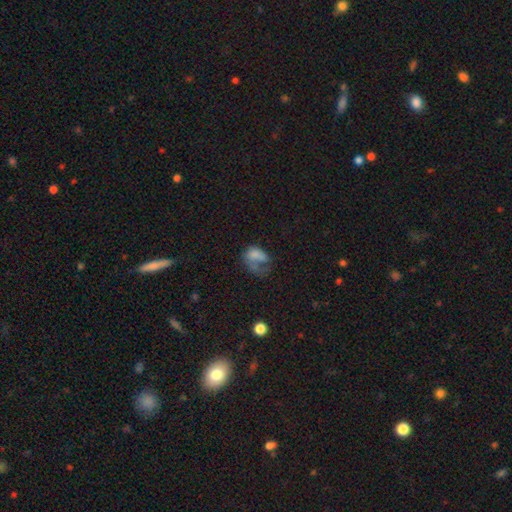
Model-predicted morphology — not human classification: This is possibly a smooth galaxy (57%). How rounded: likely in between (75%). Merging: possibly major disturbance (56%).